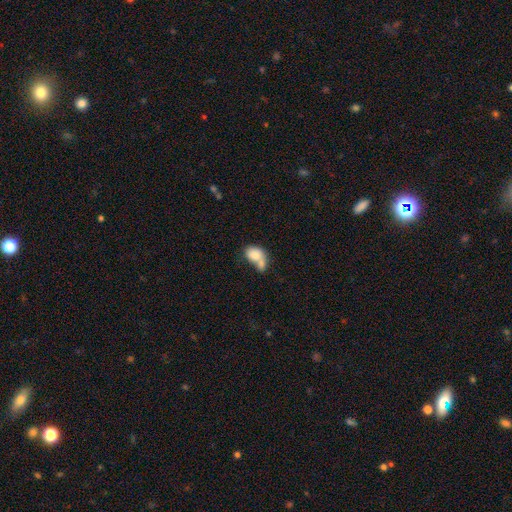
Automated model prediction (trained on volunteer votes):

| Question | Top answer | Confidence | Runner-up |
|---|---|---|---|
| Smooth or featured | smooth | 76% | featured or disk (16%) |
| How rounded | in between | 74% | round (25%) |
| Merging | merger | 59% | none (20%) |